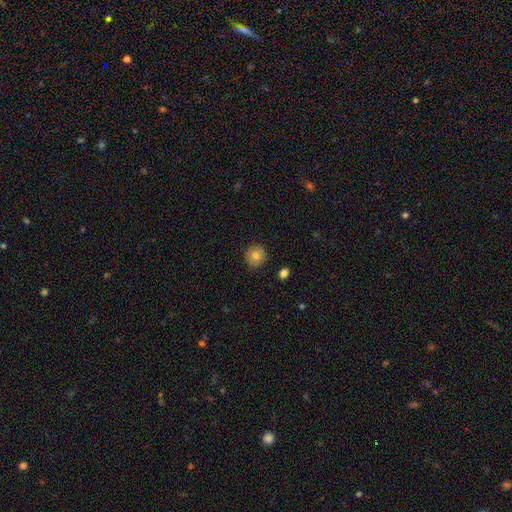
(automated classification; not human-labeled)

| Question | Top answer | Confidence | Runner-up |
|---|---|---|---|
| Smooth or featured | smooth | 78% | featured or disk (13%) |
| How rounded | round | 93% | in between (6%) |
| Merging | none | 89% | minor disturbance (8%) |